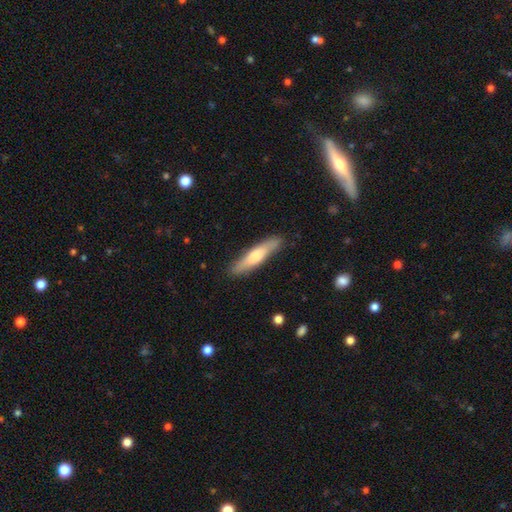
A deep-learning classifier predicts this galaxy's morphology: This appears to be a smooth galaxy with no disk features (62%) that is cigar-shaped (82%). Merging: none (86%).